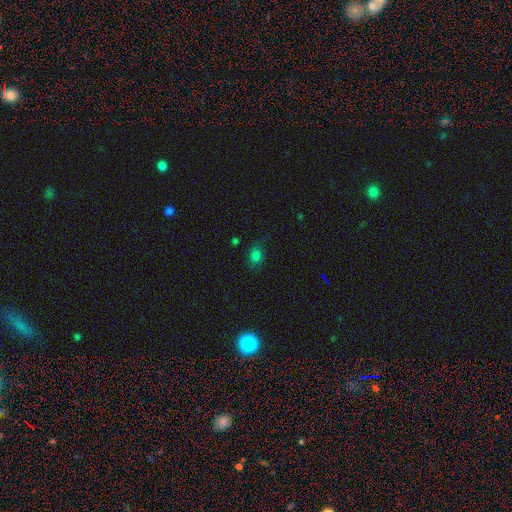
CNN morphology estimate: smooth_or_featured: smooth (p=0.73) [alt: star or artifact p=0.19]
how_rounded: in between (p=0.52) [alt: round p=0.46]
merging: none (p=0.69) [alt: minor disturbance p=0.21]